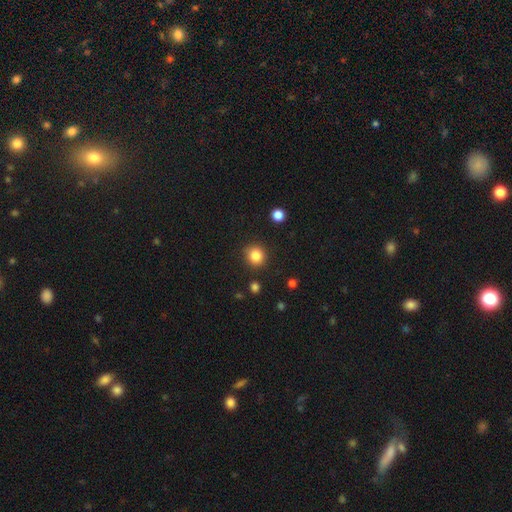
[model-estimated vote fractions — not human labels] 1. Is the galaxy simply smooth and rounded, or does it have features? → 84% smooth, 11% star or artifact, 5% featured or disk.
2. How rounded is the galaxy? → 89% round, 10% in between, 1% cigar-shaped.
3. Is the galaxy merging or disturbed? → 89% none, 7% minor disturbance, 2% major disturbance, 2% merger.